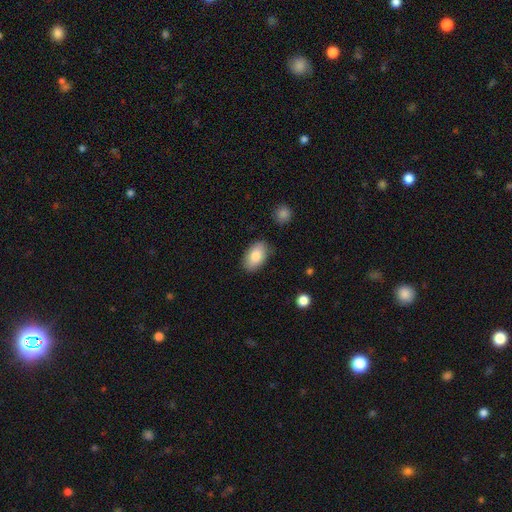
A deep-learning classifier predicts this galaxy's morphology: Smooth or featured? smooth (83%)
How rounded? in between (93%)
Merging? none (85%)